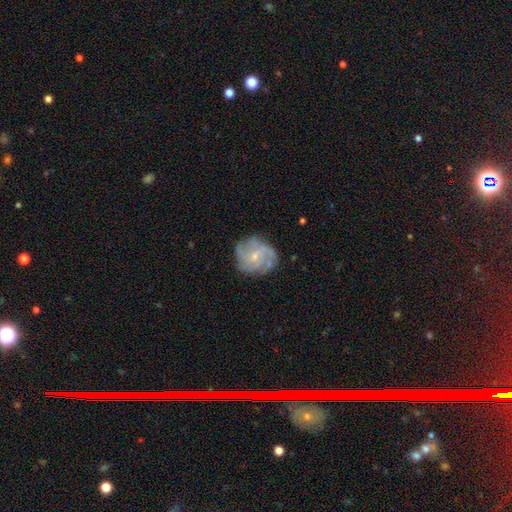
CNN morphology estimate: Smooth or featured?
  - featured or disk: 75% *
  - smooth: 17%
  - star or artifact: 7%
Edge-on disk?
  - no: 98% *
  - yes: 2%
Bar?
  - no: 66% *
  - weak: 30%
  - strong: 4%
Spiral arms?
  - yes: 90% *
  - no: 10%
Spiral winding?
  - medium: 42% *
  - tight: 41%
  - loose: 17%
Spiral arm count?
  - can't tell: 28% *
  - 3: 26%
  - 4: 21%
  - 2: 13%
  - more than 4: 6%
  - 1: 6%
Bulge size?
  - small: 72% *
  - moderate: 23%
  - none: 3%
  - large: 1%
  - dominant: 1%
Merging?
  - none: 73% *
  - minor disturbance: 18%
  - major disturbance: 7%
  - merger: 2%